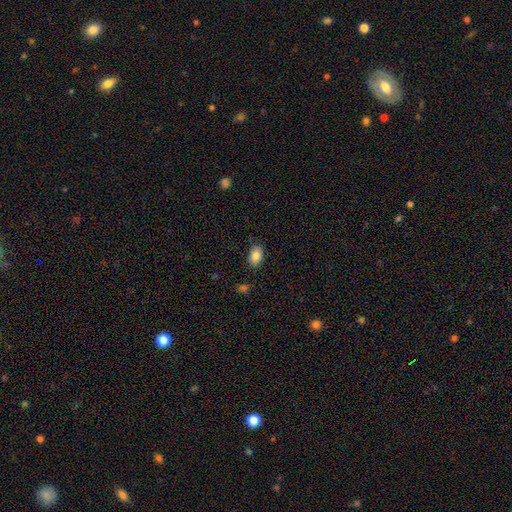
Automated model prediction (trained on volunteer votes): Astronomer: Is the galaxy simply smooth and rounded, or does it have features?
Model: smooth — 86%.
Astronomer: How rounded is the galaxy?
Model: in between — 85%.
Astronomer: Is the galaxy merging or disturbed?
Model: none — 83%.